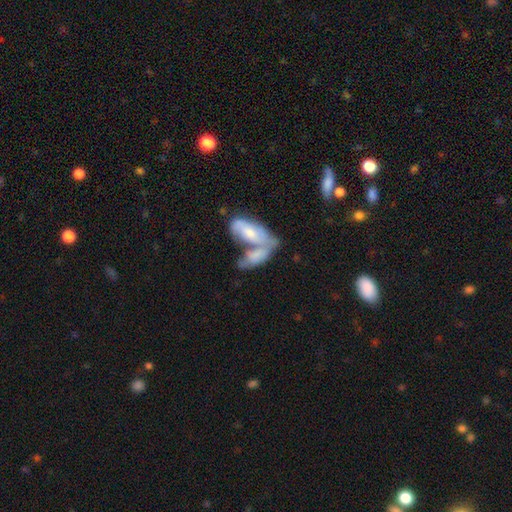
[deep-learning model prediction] Smooth or featured: smooth — 62% (featured or disk — 32%)
How rounded: in between — 83% (cigar-shaped — 14%)
Merging: merger — 66% (none — 17%)